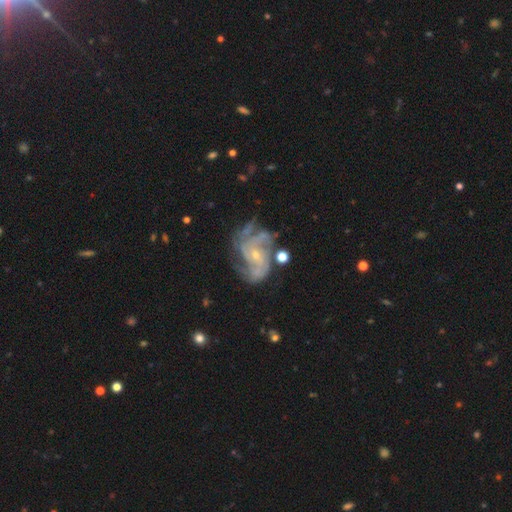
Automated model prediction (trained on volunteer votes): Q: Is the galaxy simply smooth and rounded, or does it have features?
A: featured or disk — 87%.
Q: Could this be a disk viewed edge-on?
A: no — 98%.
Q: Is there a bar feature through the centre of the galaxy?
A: no — 63%.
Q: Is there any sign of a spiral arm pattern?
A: yes — 95%.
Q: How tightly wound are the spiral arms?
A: medium — 45%.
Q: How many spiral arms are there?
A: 3 — 30%.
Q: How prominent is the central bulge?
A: small — 76%.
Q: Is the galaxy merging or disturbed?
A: none — 57%.